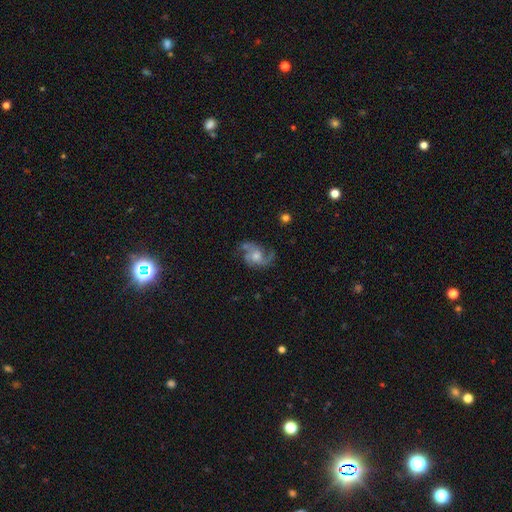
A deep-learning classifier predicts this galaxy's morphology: Overall: featured or disk (78%). Edge-on disk: no (97%). Bar: no (68%). Spiral arms: yes (94%). Spiral arm count: 2 (64%). Spiral winding: medium (49%; loose 36%). Bulge size: moderate (56%; small 26%). Merging: none (66%).